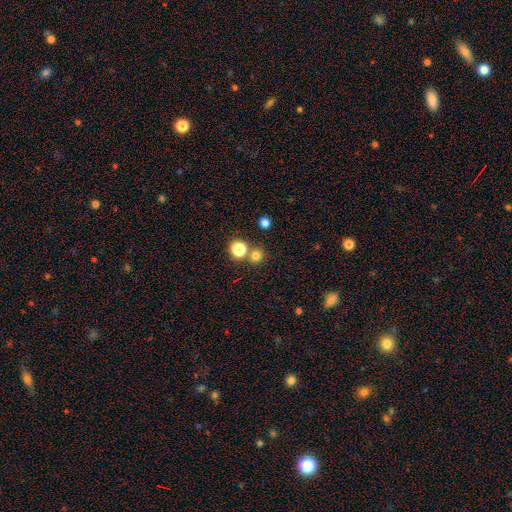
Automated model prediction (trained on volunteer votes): Smooth or featured?
  - smooth: 77% *
  - star or artifact: 17%
  - featured or disk: 6%
How rounded?
  - round: 86% *
  - in between: 13%
  - cigar-shaped: 1%
Merging?
  - none: 66% *
  - merger: 24%
  - minor disturbance: 7%
  - major disturbance: 3%